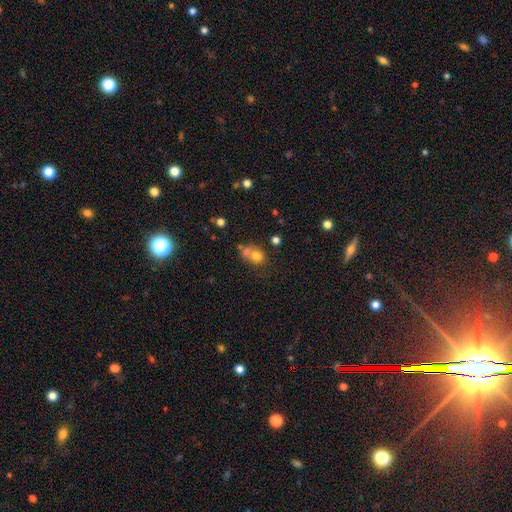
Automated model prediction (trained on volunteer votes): smooth 72%, featured or disk 15%, star or artifact 13%. Down the decision tree: how rounded — round (68%); merging — merger (46%).